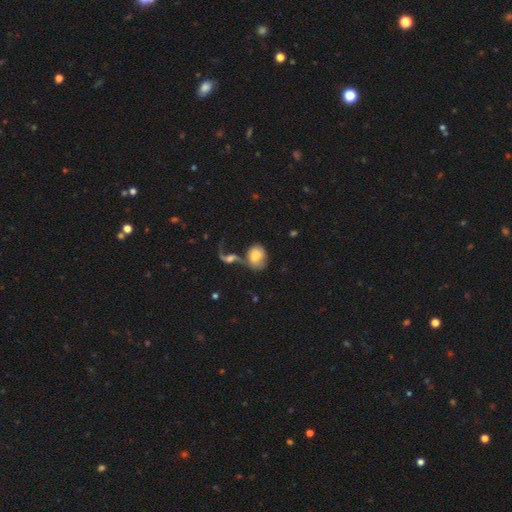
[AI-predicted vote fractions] Smooth or featured? smooth (70%)
How rounded? in between (51%)
Merging? merger (43%)